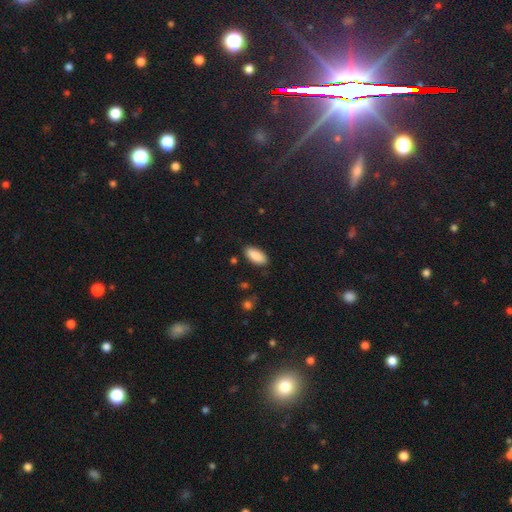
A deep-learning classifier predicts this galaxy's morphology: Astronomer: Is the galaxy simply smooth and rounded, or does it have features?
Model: smooth — 88%.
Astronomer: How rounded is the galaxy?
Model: in between — 91%.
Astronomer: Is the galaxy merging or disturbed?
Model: none — 85%.